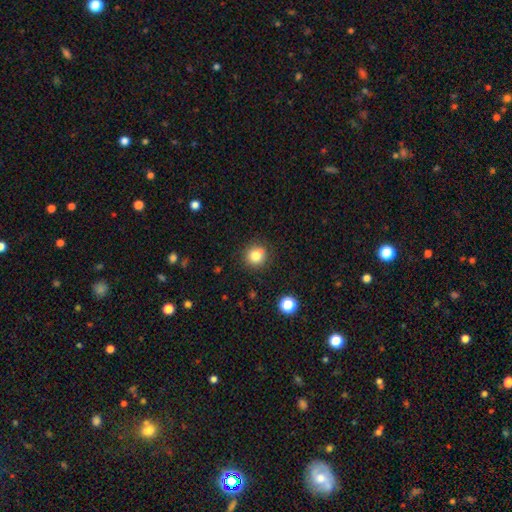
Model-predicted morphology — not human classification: Smooth or featured: smooth — 80% (star or artifact — 12%)
How rounded: round — 87% (in between — 12%)
Merging: none — 79% (minor disturbance — 12%)